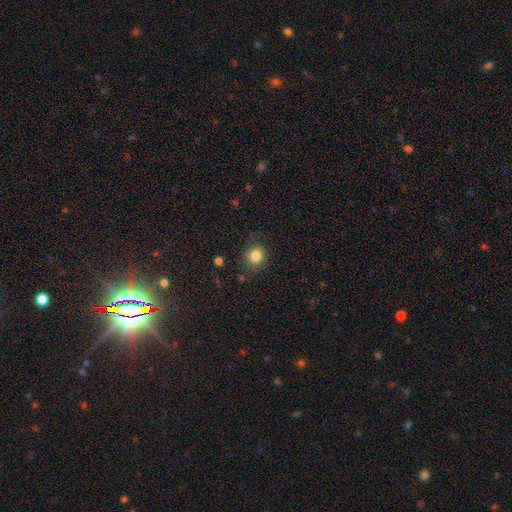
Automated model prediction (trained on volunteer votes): Smooth or featured?
  - smooth: 83% *
  - star or artifact: 11%
  - featured or disk: 5%
How rounded?
  - round: 81% *
  - in between: 18%
  - cigar-shaped: 1%
Merging?
  - none: 84% *
  - minor disturbance: 11%
  - major disturbance: 3%
  - merger: 2%